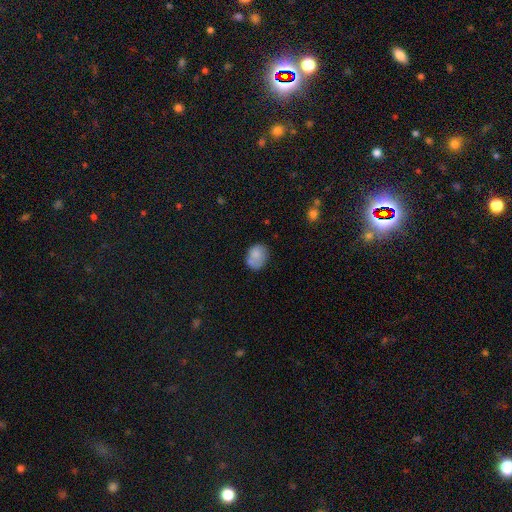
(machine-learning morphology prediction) A smooth galaxy with no disk features (78%) that is in between round and cigar-shaped (60%).

Vote fractions:
- Smooth or featured? smooth: 78% / featured or disk: 13% / star or artifact: 9%
- How rounded? in between: 60% / round: 39% / cigar-shaped: 1%
- Merging? none: 55% / minor disturbance: 25% / merger: 12% / major disturbance: 9%